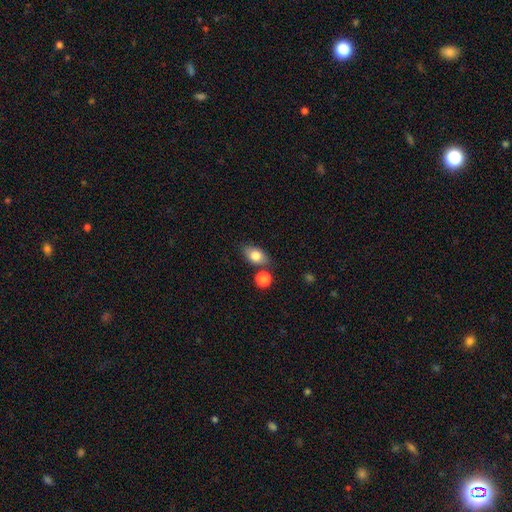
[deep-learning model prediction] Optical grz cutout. It shows a smooth galaxy with no disk features (80%) that is in between round and cigar-shaped (82%). Merging: none (73%).